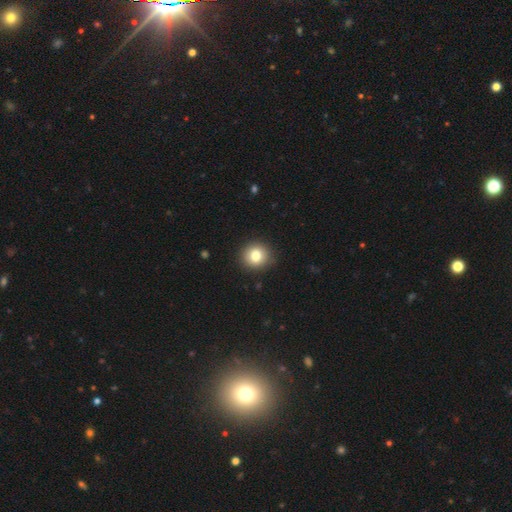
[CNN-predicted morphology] Smooth or featured? Predicted: smooth (p=0.81). How rounded? Predicted: round (p=0.90). Merging? Predicted: none (p=0.90).